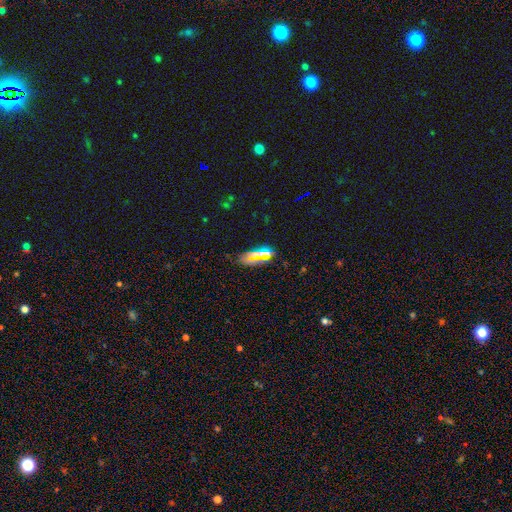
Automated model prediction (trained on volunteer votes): This appears to be a smooth galaxy with no disk features (48%). Merging: none (68%).